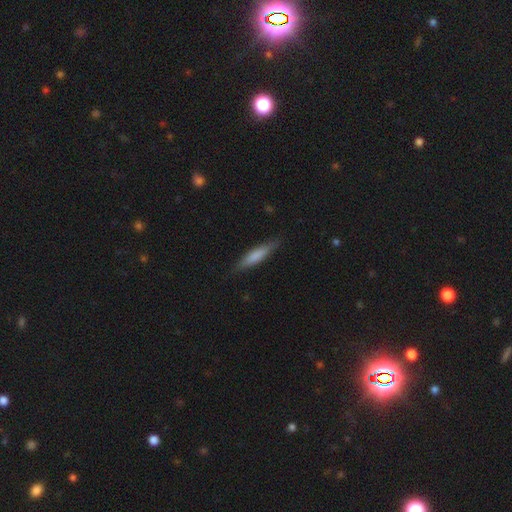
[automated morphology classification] The model was most divided on "smooth or featured": smooth: 73%, featured or disk: 21%, star or artifact: 6%. More confident: merging — none (84%); how rounded — cigar-shaped (83%).